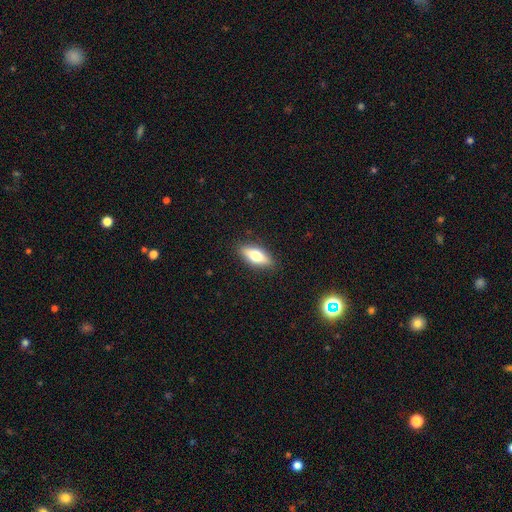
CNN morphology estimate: type=smooth (60%); roundness=in between (68%); merging=none (88%).